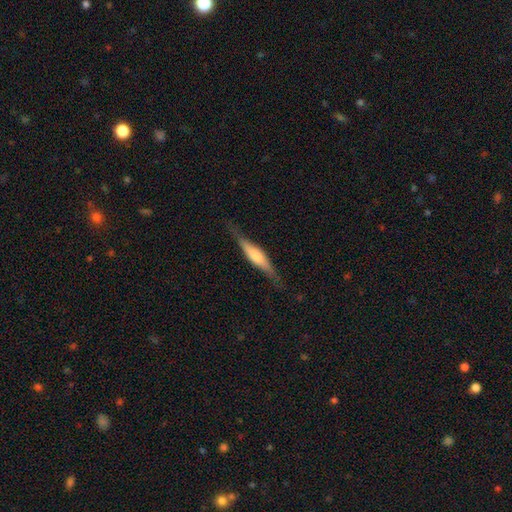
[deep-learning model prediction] Smooth or featured?
  - featured or disk: 63% *
  - smooth: 31%
  - star or artifact: 6%
Edge-on disk?
  - yes: 94% *
  - no: 6%
Edge-on bulge?
  - rounded: 73% *
  - boxy: 19%
  - none: 8%
Merging?
  - none: 80% *
  - minor disturbance: 15%
  - major disturbance: 4%
  - merger: 1%